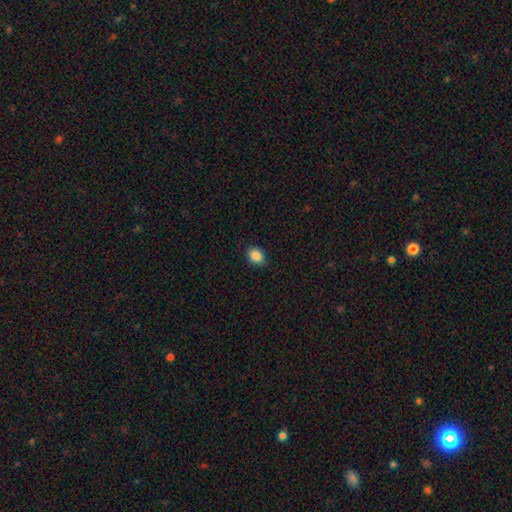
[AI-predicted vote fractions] smooth-or-featured: smooth: 87% | star or artifact: 9% | featured or disk: 3%
  how-rounded: in between: 57% | round: 42% | cigar-shaped: 1%
  merging: none: 88% | minor disturbance: 9% | major disturbance: 2% | merger: 1%